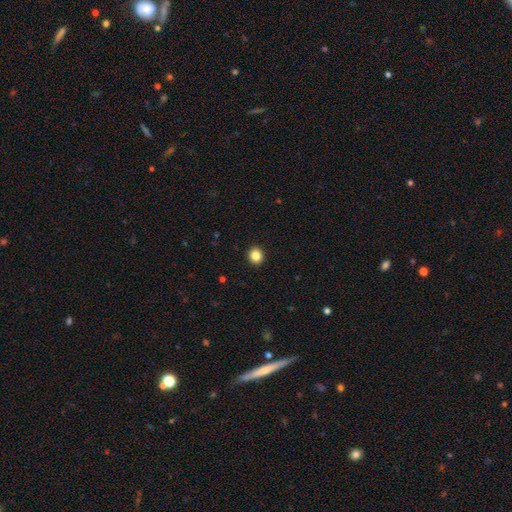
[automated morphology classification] This appears to be a smooth galaxy with no disk features (86%) that is round (85%). Merging: none (93%).